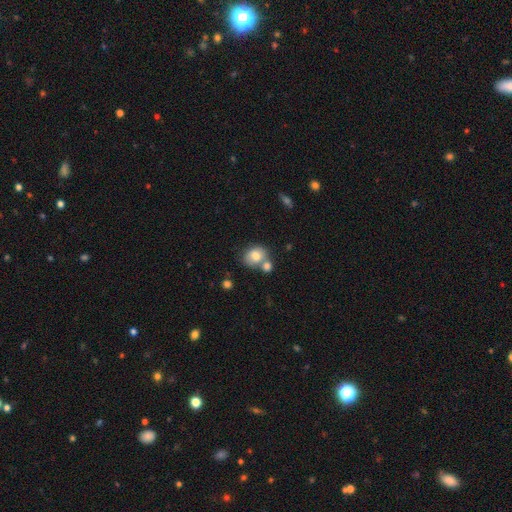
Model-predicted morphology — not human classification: smooth_or_featured: smooth (p=0.77) [alt: featured or disk p=0.14]
how_rounded: round (p=0.57) [alt: in between p=0.42]
merging: none (p=0.49) [alt: merger p=0.34]